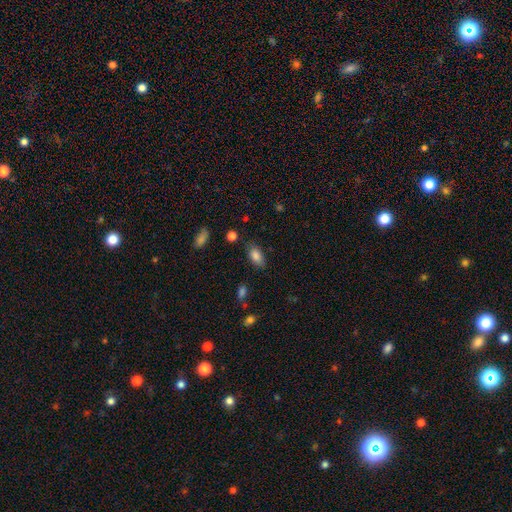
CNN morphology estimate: Overall: smooth (84%). How rounded: in between (91%). Merging: none (79%).